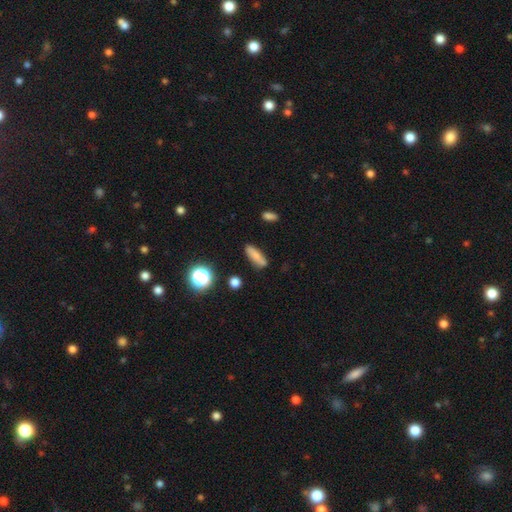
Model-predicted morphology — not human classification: The model was most divided on "how rounded": cigar-shaped: 60%, in between: 35%, round: 5%. More confident: merging — none (83%); smooth or featured — smooth (77%).